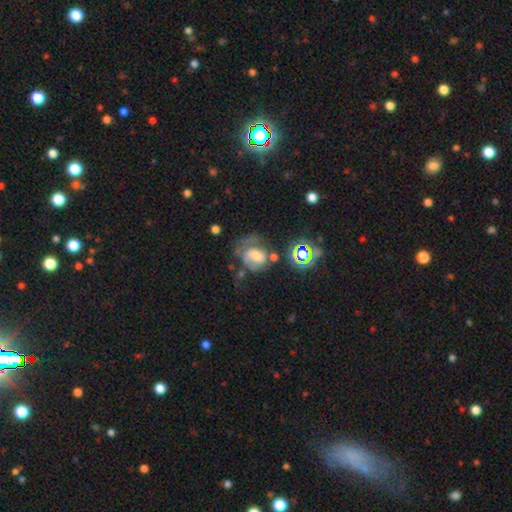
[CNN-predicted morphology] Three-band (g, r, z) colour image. It shows a featured or disk galaxy (47%). Merging: major disturbance (37%).